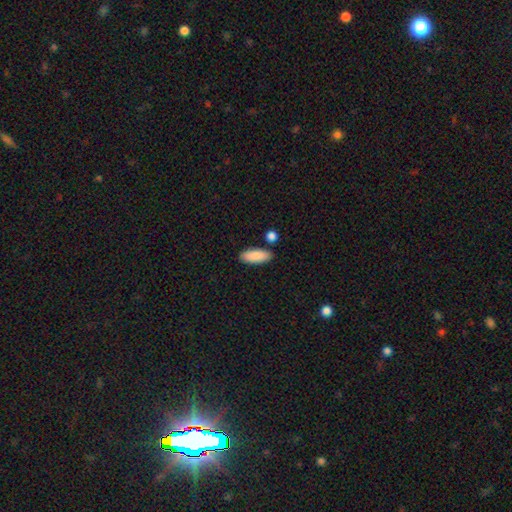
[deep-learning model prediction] smooth_or_featured: smooth (p=0.88) [alt: featured or disk p=0.06]
how_rounded: in between (p=0.73) [alt: cigar-shaped p=0.25]
merging: none (p=0.84) [alt: minor disturbance p=0.09]